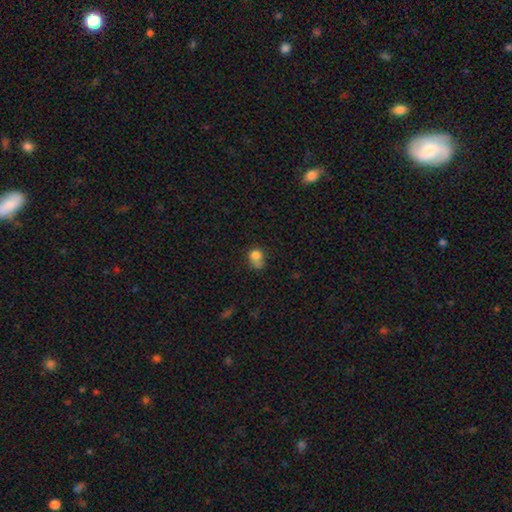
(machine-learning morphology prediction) This is likely a smooth galaxy (78%). How rounded: likely round (64%). Merging: marginally none (37%).